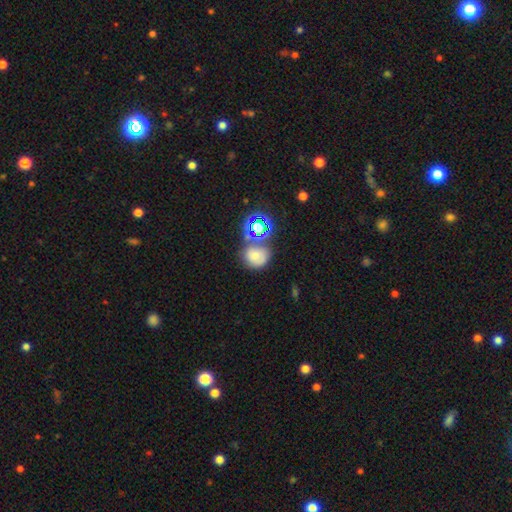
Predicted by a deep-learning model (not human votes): Q: Smooth or featured?
A: smooth (60%); runner-up: star or artifact (25%)
Q: How rounded?
A: round (73%); runner-up: in between (26%)
Q: Merging?
A: none (52%); runner-up: merger (23%)